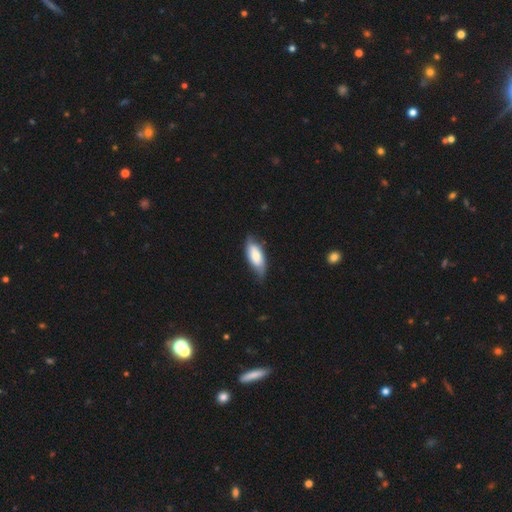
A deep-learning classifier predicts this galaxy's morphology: type=smooth (67%); roundness=in between (82%); merging=none (62%).